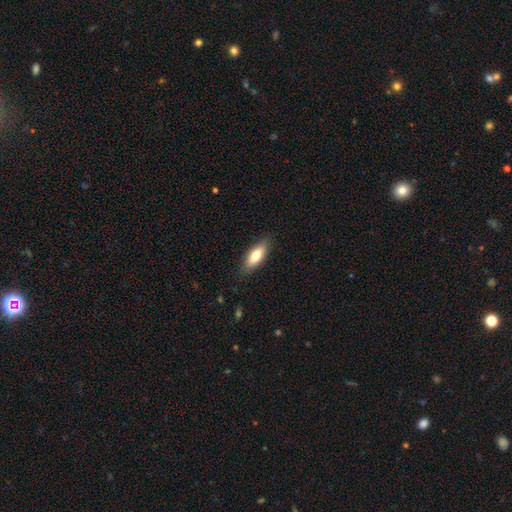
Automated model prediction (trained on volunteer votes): Smooth or featured? Predicted: smooth (p=0.73). How rounded? Predicted: in between (p=0.68). Merging? Predicted: none (p=0.86).